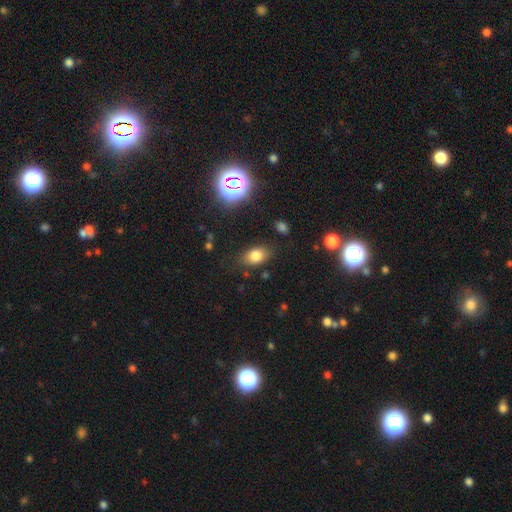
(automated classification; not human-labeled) Smooth or featured? Predicted: smooth (p=0.77). How rounded? Predicted: in between (p=0.85). Merging? Predicted: none (p=0.81).